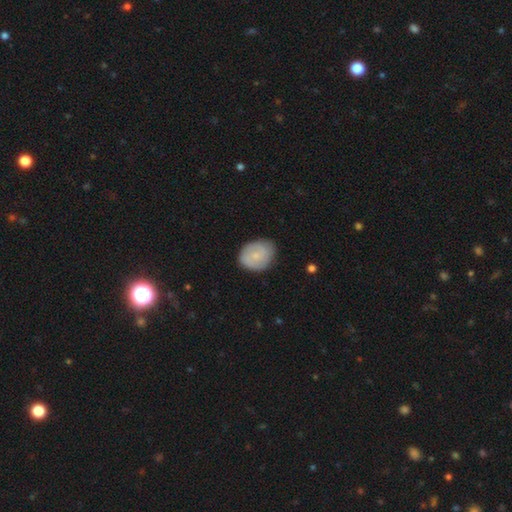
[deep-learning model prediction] A smooth galaxy with no disk features (64%) that is round (50%).

Vote fractions:
- Smooth or featured? smooth: 64% / featured or disk: 30% / star or artifact: 6%
- How rounded? round: 50% / in between: 49% / cigar-shaped: 1%
- Merging? none: 76% / minor disturbance: 19% / major disturbance: 3% / merger: 1%